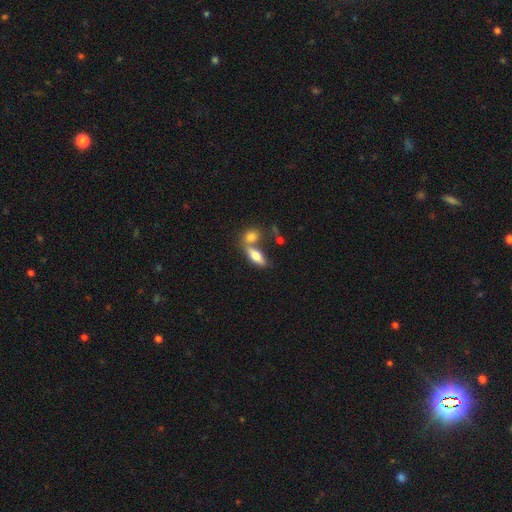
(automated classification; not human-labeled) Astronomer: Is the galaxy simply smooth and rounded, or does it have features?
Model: smooth — 71%.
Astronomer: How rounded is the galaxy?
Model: in between — 70%.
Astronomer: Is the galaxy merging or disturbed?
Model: none — 45% (runner-up: merger, 41%).